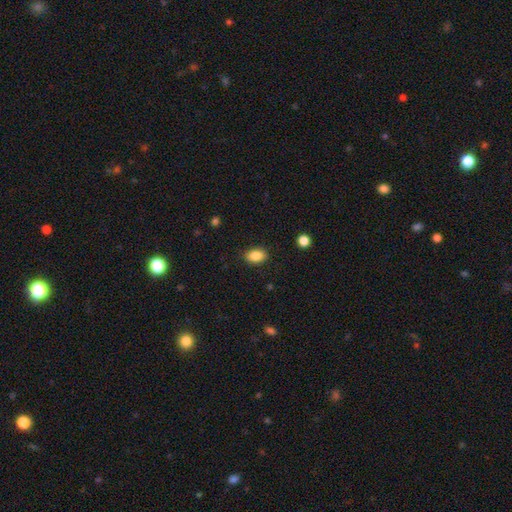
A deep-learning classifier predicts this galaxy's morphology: smooth 87%, star or artifact 8%, featured or disk 5%. Down the decision tree: how rounded — in between (86%); merging — none (87%).